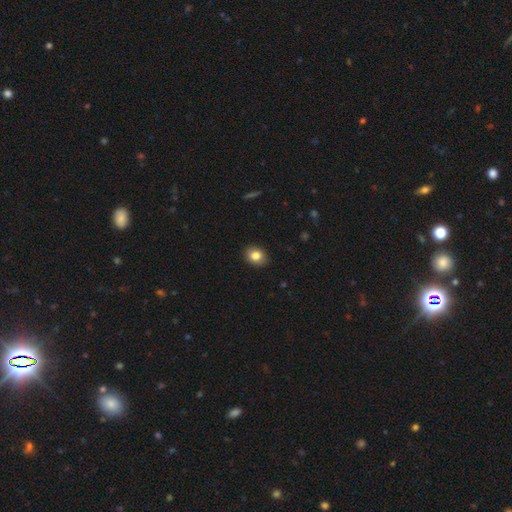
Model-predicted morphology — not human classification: Smooth or featured: smooth — 83% (star or artifact — 9%)
How rounded: in between — 51% (round — 48%)
Merging: none — 90% (minor disturbance — 8%)